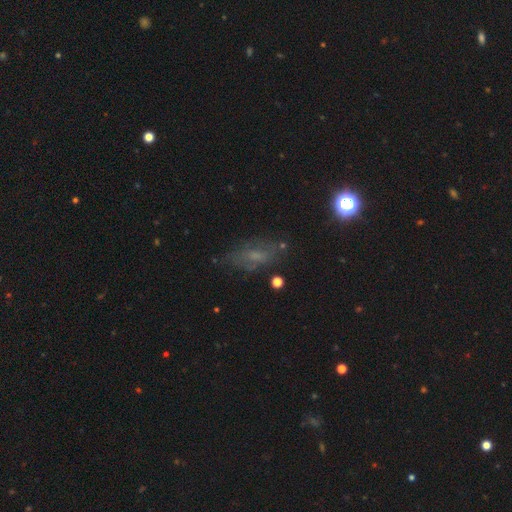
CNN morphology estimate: Smooth or featured: smooth — 40% (featured or disk — 38%)
Merging: none — 65% (minor disturbance — 20%)